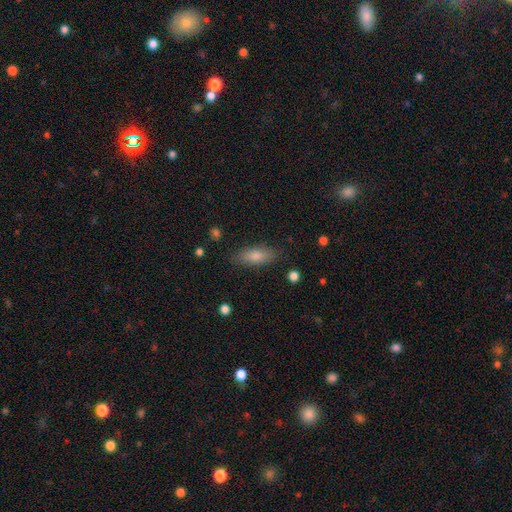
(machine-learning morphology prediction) Smooth or featured?
  - smooth: 75% *
  - featured or disk: 16%
  - star or artifact: 9%
How rounded?
  - in between: 65% *
  - cigar-shaped: 32%
  - round: 3%
Merging?
  - none: 85% *
  - minor disturbance: 11%
  - major disturbance: 3%
  - merger: 1%